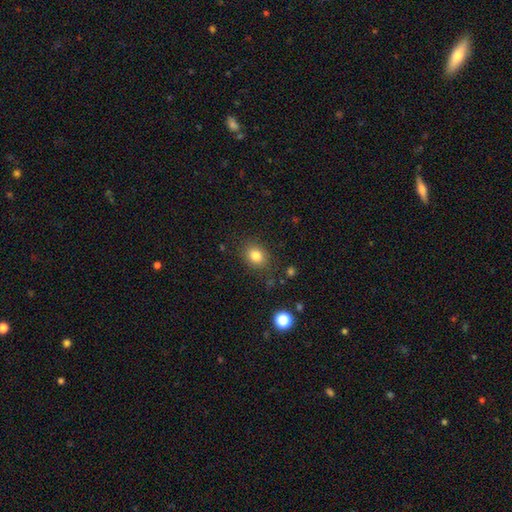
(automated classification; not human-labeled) smooth 82%, star or artifact 11%, featured or disk 7%. Down the decision tree: how rounded — round (54%); merging — none (84%).